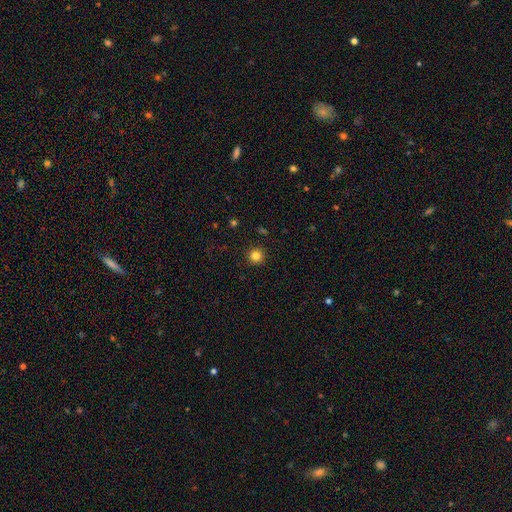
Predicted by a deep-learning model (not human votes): Q: Smooth or featured?
A: smooth (83%); runner-up: star or artifact (12%)
Q: How rounded?
A: round (96%); runner-up: in between (3%)
Q: Merging?
A: none (93%); runner-up: minor disturbance (4%)